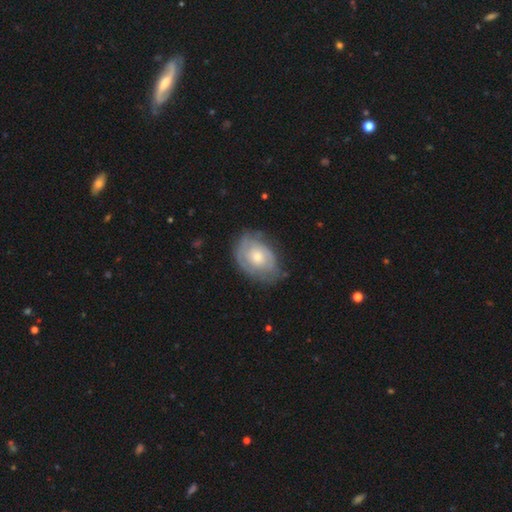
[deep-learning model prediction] smooth_or_featured: featured or disk (p=0.66) [alt: smooth p=0.28]
disk_edge_on: no (p=0.96) [alt: yes p=0.04]
bar: no (p=0.81) [alt: weak p=0.17]
has_spiral_arms: yes (p=0.75) [alt: no p=0.25]
bulge_size: moderate (p=0.52) [alt: small p=0.42]
merging: none (p=0.68) [alt: minor disturbance p=0.24]